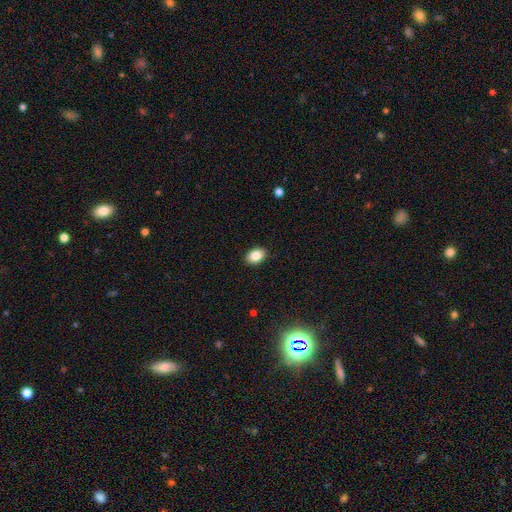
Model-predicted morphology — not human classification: Overall: smooth (86%). How rounded: in between (81%). Merging: none (90%).